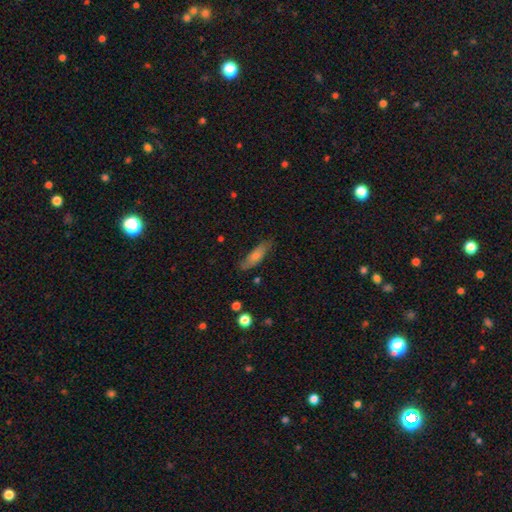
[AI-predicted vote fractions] The model was most divided on "how rounded": cigar-shaped: 60%, in between: 38%, round: 3%. More confident: merging — none (79%); smooth or featured — smooth (58%).